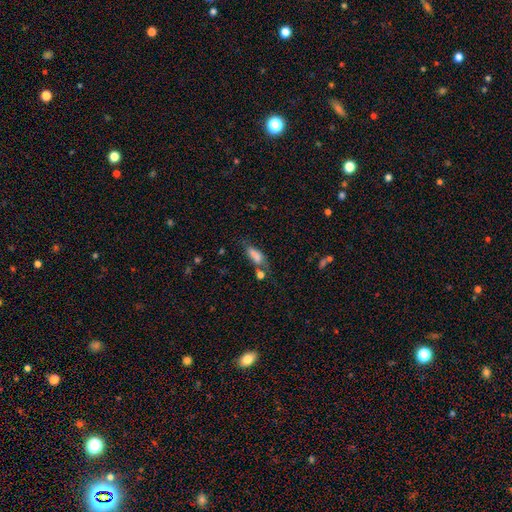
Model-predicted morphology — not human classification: The model was most divided on "merging": none: 35%, merger: 25%, minor disturbance: 24%, major disturbance: 16%. More confident: smooth or featured — smooth (73%); how rounded — in between (69%).